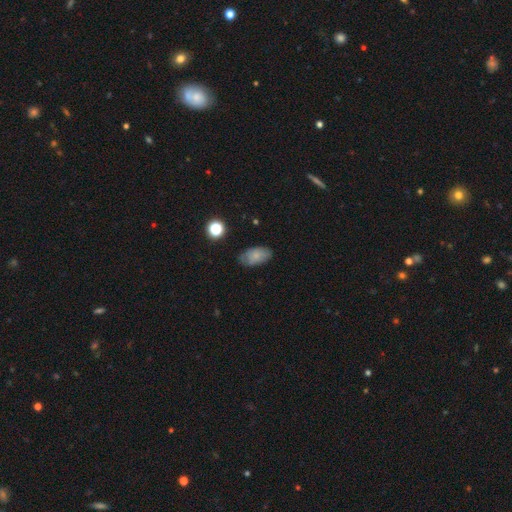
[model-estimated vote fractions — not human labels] Q: Smooth or featured?
A: smooth (74%); runner-up: featured or disk (17%)
Q: How rounded?
A: in between (92%); runner-up: round (6%)
Q: Merging?
A: none (74%); runner-up: minor disturbance (20%)